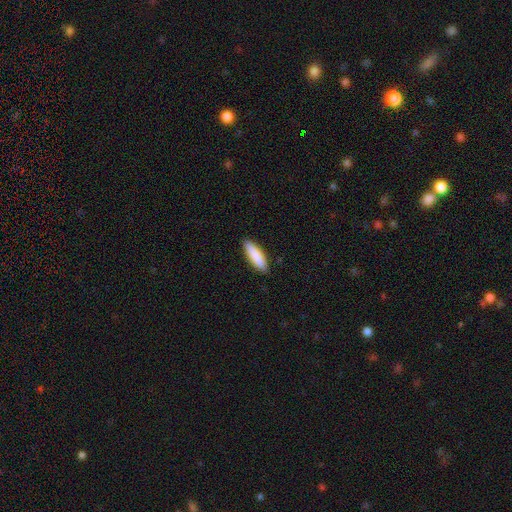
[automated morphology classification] Smooth or featured: smooth — 87% (featured or disk — 8%)
How rounded: cigar-shaped — 58% (in between — 41%)
Merging: none — 89% (minor disturbance — 8%)